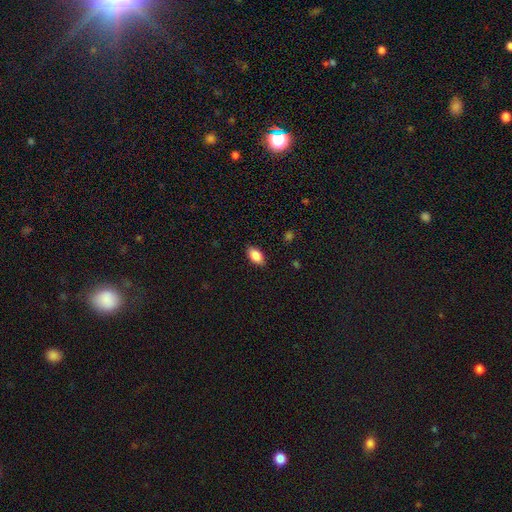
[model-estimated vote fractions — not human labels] This appears to be a smooth galaxy with no disk features (87%) that is in between round and cigar-shaped (92%). Merging: none (87%).